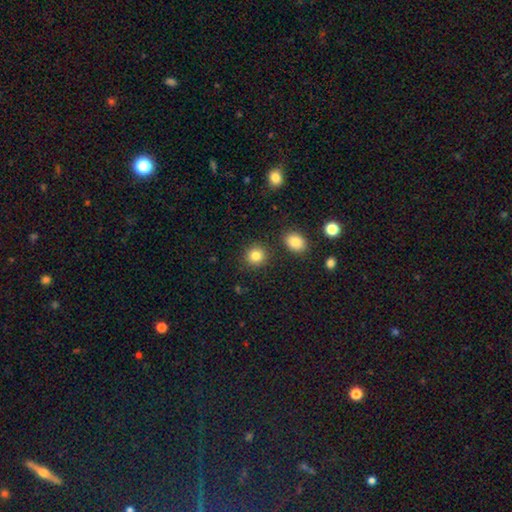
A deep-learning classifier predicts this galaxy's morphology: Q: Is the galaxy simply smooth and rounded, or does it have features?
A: smooth — 84%.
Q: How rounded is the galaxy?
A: round — 88%.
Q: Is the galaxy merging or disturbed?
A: none — 87%.